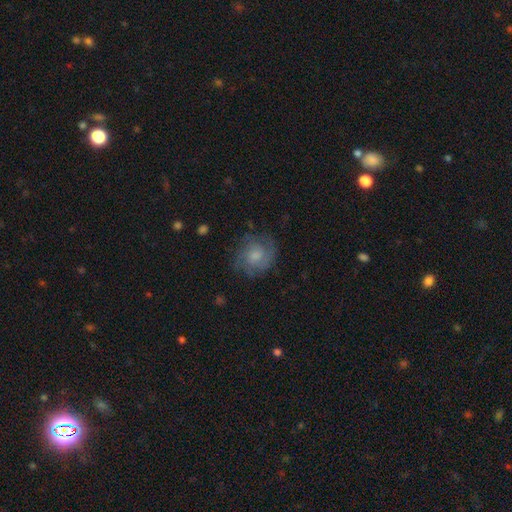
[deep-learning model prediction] Smooth or featured?
  - featured or disk: 60% *
  - smooth: 33%
  - star or artifact: 8%
Edge-on disk?
  - no: 97% *
  - yes: 3%
Bar?
  - no: 62% *
  - weak: 34%
  - strong: 4%
Spiral arms?
  - yes: 89% *
  - no: 11%
Spiral winding?
  - tight: 48% *
  - medium: 39%
  - loose: 12%
Spiral arm count?
  - 2: 41% *
  - can't tell: 29%
  - 3: 17%
  - 1: 5%
  - 4: 5%
  - more than 4: 4%
Bulge size?
  - moderate: 39% *
  - small: 32%
  - none: 18%
  - large: 10%
  - dominant: 2%
Merging?
  - none: 72% *
  - minor disturbance: 18%
  - major disturbance: 8%
  - merger: 1%